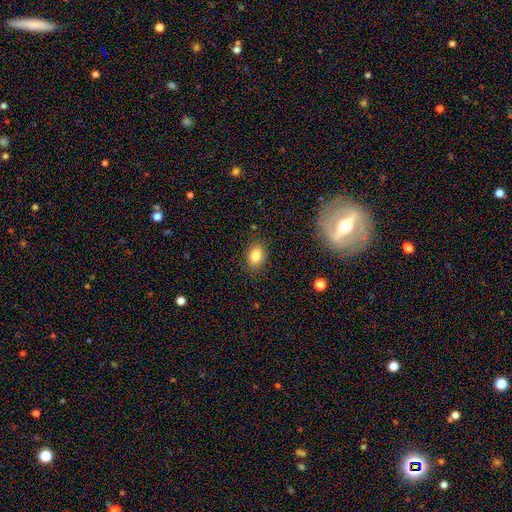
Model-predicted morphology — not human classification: The model was most divided on "how rounded": in between: 77%, round: 22%, cigar-shaped: 1%. More confident: merging — none (85%); smooth or featured — smooth (84%).